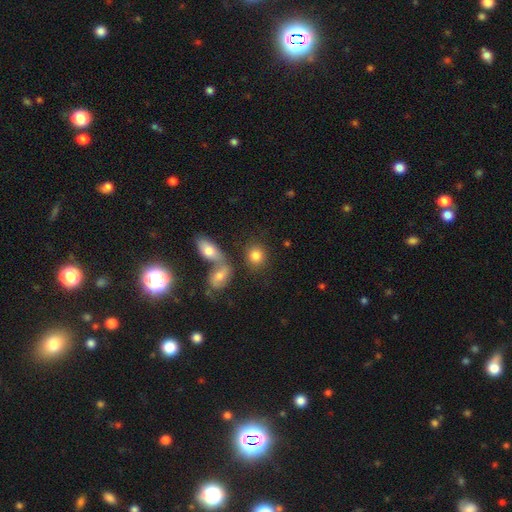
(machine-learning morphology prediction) This is clearly a smooth galaxy (81%). How rounded: likely round (70%). Merging: likely none (66%).